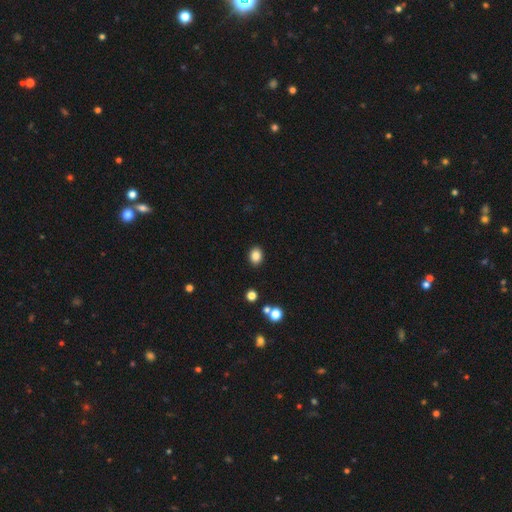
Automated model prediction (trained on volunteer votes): The model was most divided on "how rounded": in between: 57%, round: 42%, cigar-shaped: 1%. More confident: merging — none (90%); smooth or featured — smooth (86%).